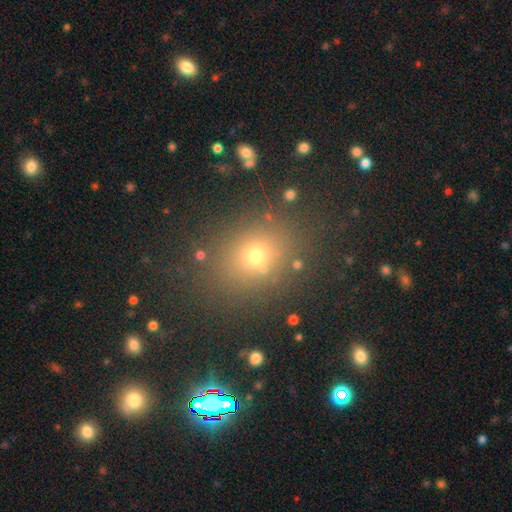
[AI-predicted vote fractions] smooth_or_featured: smooth (p=0.62) [alt: star or artifact p=0.28]
how_rounded: round (p=0.59) [alt: in between p=0.39]
merging: none (p=0.85) [alt: minor disturbance p=0.09]